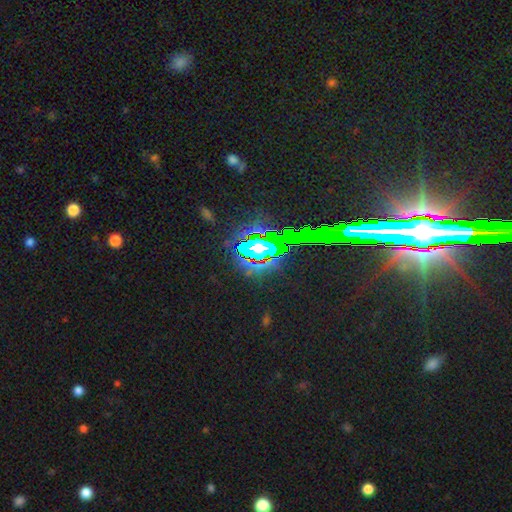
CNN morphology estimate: The model was most divided on "smooth or featured": star or artifact: 82%, smooth: 9%, featured or disk: 9%.